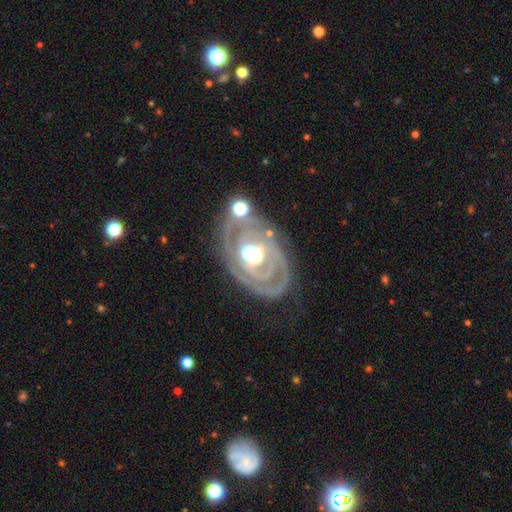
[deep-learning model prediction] smooth-or-featured: featured or disk: 86% | smooth: 8% | star or artifact: 6%
  disk-edge-on: no: 95% | yes: 5%
    bar: no: 46% | weak: 32% | strong: 22%
    has-spiral-arms: yes: 84% | no: 16%
      spiral-winding: tight: 72% | medium: 22% | loose: 6%
      spiral-arm-count: 2: 37% | can't tell: 28% | 3: 15% | 1: 10% | 4: 5% | more than 4: 5%
    bulge-size: moderate: 66% | large: 22% | small: 9% | dominant: 2% | none: 2%
  merging: none: 61% | minor disturbance: 20% | major disturbance: 11% | merger: 8%